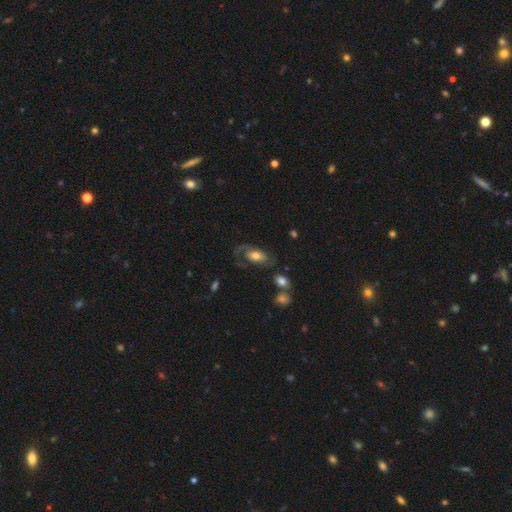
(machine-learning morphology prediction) Smooth or featured? featured or disk (52%)
Edge-on disk? no (91%)
Merging? none (45%)